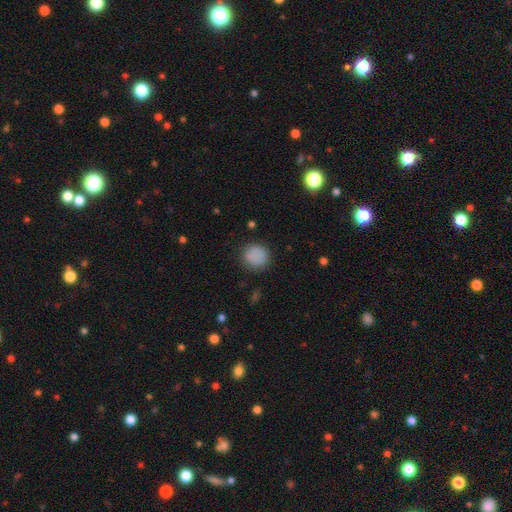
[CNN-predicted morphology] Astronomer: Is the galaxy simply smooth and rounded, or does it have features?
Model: smooth — 84%.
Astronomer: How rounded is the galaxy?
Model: round — 88%.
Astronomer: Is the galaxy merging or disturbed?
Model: none — 84%.